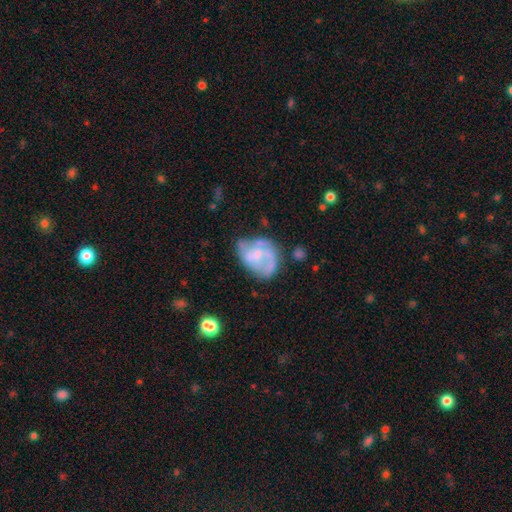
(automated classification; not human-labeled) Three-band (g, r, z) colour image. It shows a featured or disk galaxy (56%) with no bar (75%), no spiral arms (57%) and no central bulge (33%). Merging: none (40%).